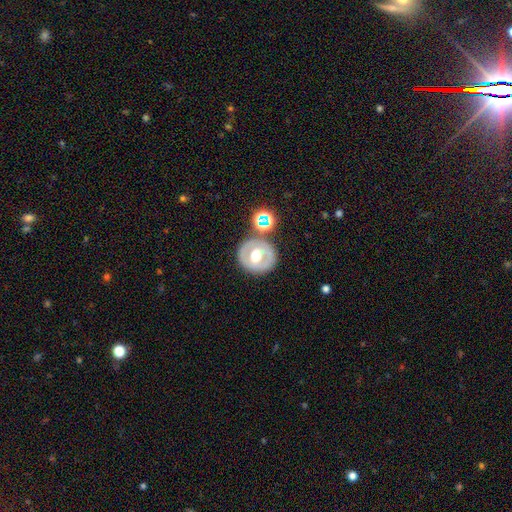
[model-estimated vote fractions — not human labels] featured or disk 51%, smooth 41%, star or artifact 9%. Down the decision tree: edge-on disk — no (94%); merging — none (75%).